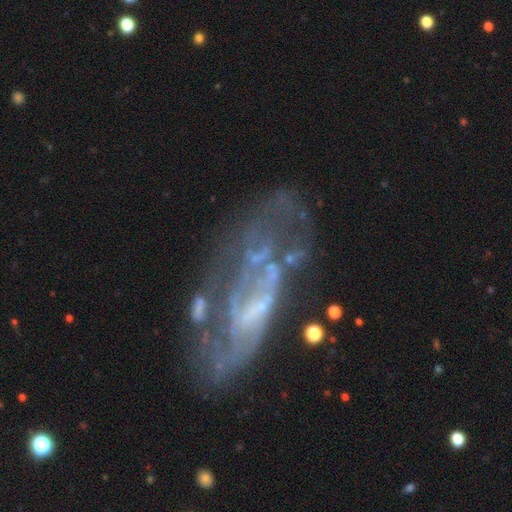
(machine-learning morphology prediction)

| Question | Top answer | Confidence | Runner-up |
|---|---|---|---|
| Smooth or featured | featured or disk | 67% | star or artifact (17%) |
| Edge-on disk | no | 91% | yes (9%) |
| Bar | no | 60% | weak (24%) |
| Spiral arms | no | 52% | yes (48%) |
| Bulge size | none | 50% | small (33%) |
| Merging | major disturbance | 34% | none (30%) |